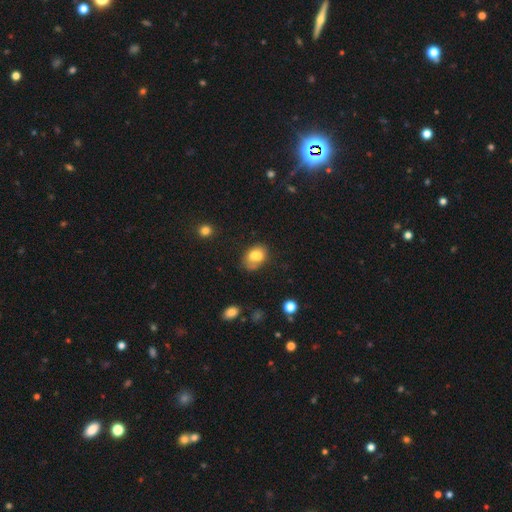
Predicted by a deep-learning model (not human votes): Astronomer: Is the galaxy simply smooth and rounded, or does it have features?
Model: smooth — 67%.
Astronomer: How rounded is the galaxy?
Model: in between — 67%.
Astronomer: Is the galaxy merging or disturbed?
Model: merger — 46% (runner-up: none, 29%).